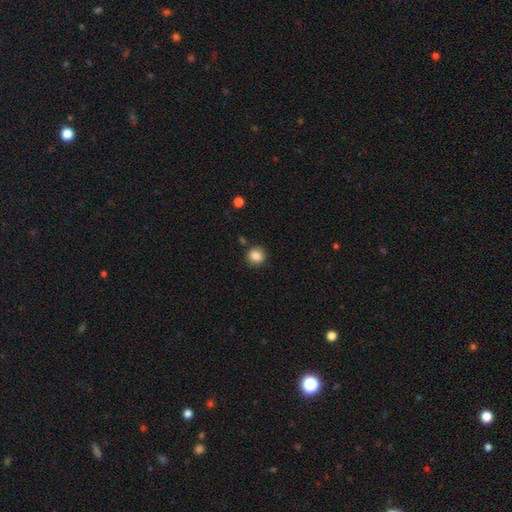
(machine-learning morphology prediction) Smooth or featured? smooth (86%)
How rounded? round (90%)
Merging? none (87%)